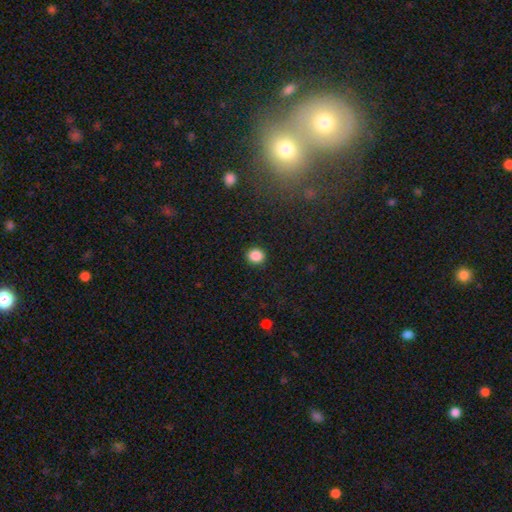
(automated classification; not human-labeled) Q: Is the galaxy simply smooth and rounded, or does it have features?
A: smooth — 87%.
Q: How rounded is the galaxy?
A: round — 82%.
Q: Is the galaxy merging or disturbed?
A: none — 91%.